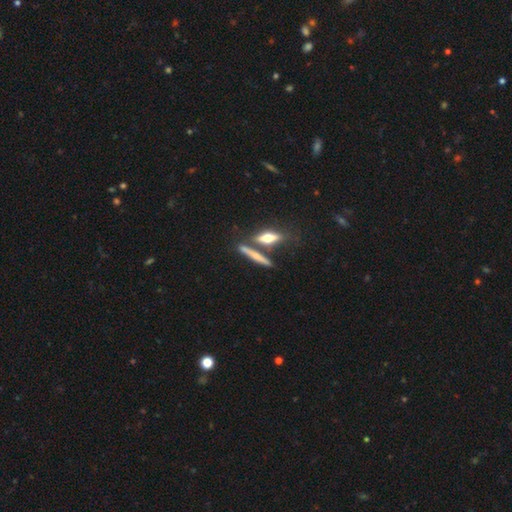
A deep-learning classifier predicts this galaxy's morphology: The model was most divided on "smooth or featured": smooth: 48%, featured or disk: 44%, star or artifact: 8%. More confident: merging — none (63%).